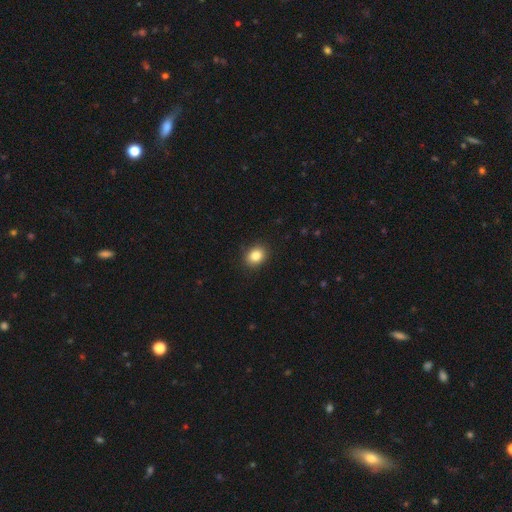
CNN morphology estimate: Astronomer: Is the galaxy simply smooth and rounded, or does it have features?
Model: smooth — 85%.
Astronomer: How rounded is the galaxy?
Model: round — 51% (runner-up: in between, 48%).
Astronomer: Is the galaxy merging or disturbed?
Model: none — 90%.